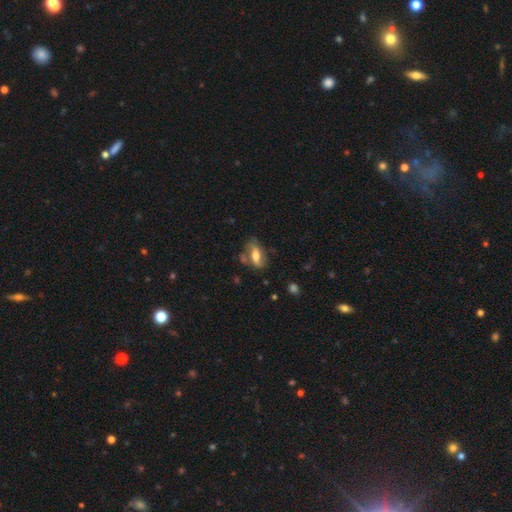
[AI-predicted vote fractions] The model was most divided on "smooth or featured": smooth: 48%, featured or disk: 45%, star or artifact: 8%. More confident: merging — none (55%).